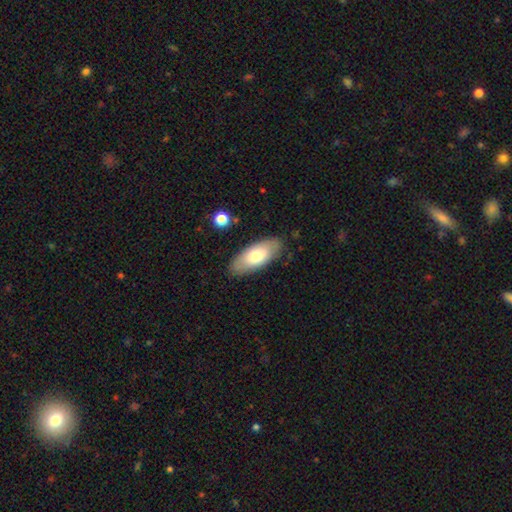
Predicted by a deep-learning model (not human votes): The model was most divided on "smooth or featured": smooth: 69%, featured or disk: 25%, star or artifact: 6%. More confident: how rounded — in between (87%); merging — none (83%).